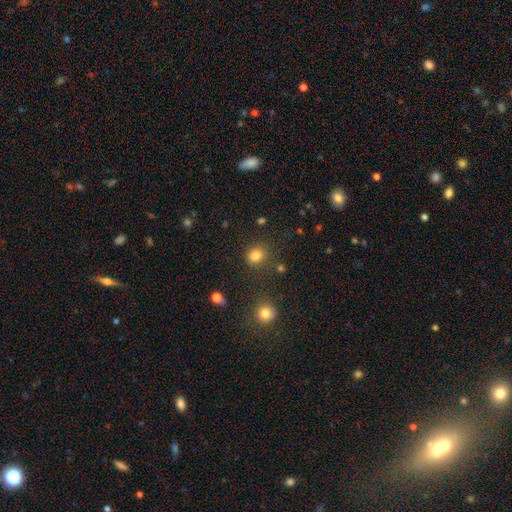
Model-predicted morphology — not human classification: Overall: smooth (81%). How rounded: round (78%). Merging: none (82%).